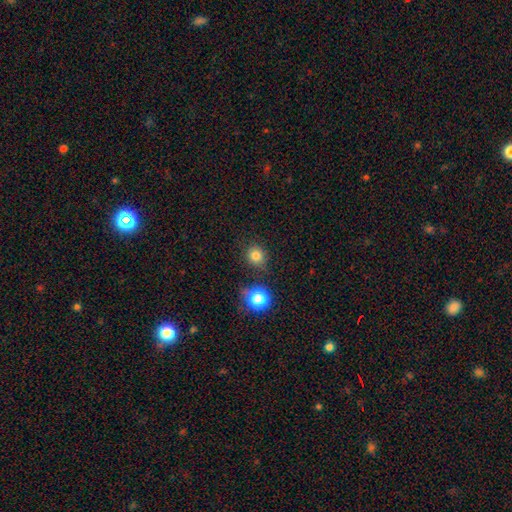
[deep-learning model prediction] This appears to be a smooth galaxy with no disk features (80%) that is round (87%). Merging: none (80%).